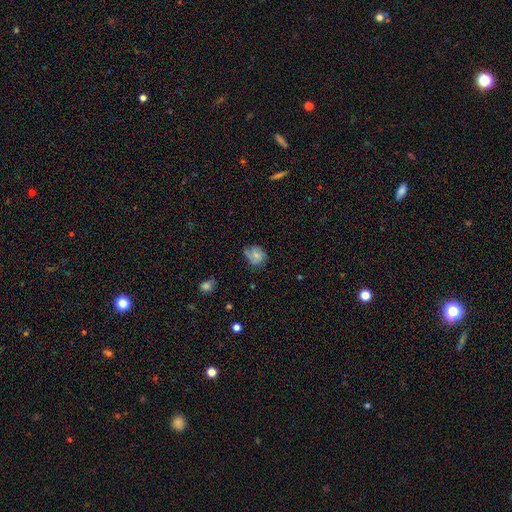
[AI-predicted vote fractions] A smooth galaxy with no disk features (53%) that is round (58%). Merging: none (55%).